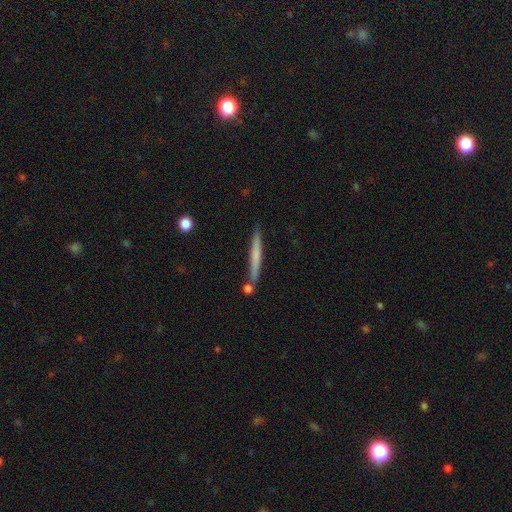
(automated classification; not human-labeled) This appears to be a smooth galaxy with no disk features (57%) that is cigar-shaped (96%). Merging: none (82%).